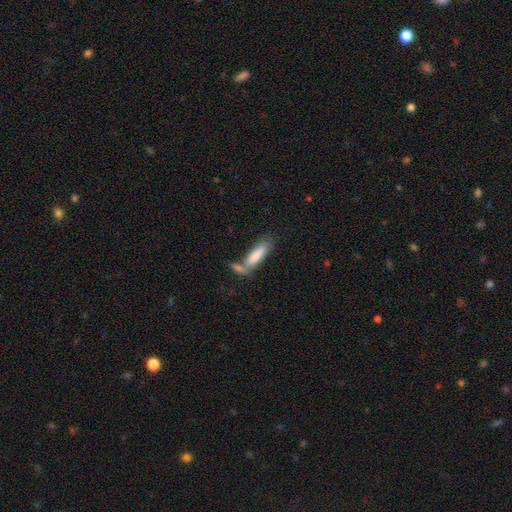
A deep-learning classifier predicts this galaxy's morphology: type=smooth (79%); roundness=cigar-shaped (59%); merging=none (40%).